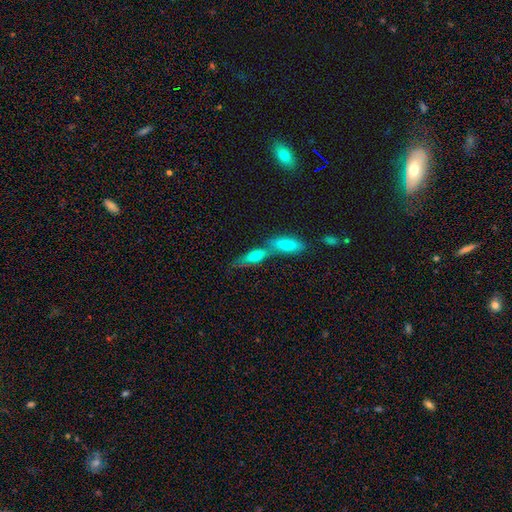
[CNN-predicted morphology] Smooth or featured? Predicted: smooth (p=0.68). How rounded? Predicted: in between (p=0.52). Merging? Predicted: merger (p=0.53).